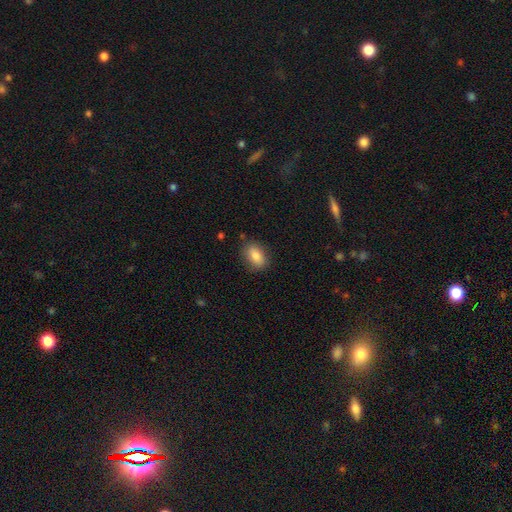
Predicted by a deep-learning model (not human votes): Smooth or featured: smooth — 83% (featured or disk — 9%)
How rounded: in between — 85% (round — 11%)
Merging: none — 83% (minor disturbance — 12%)